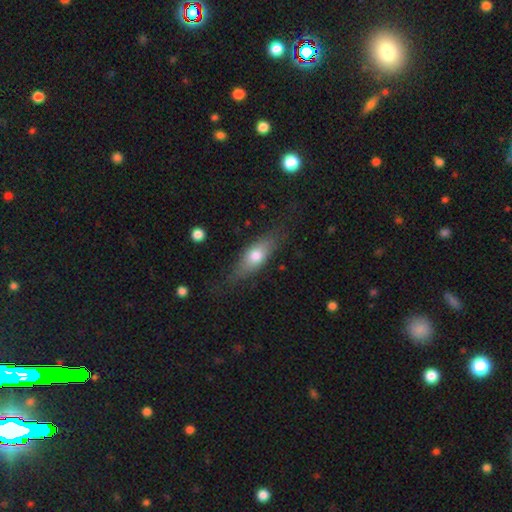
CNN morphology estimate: Smooth or featured? smooth (68%)
How rounded? in between (70%)
Merging? none (71%)